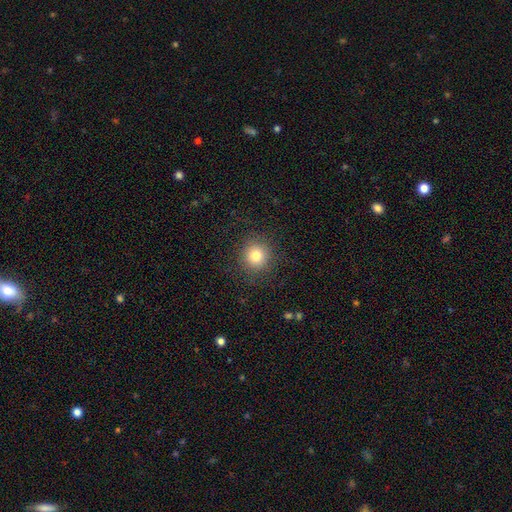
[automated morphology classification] smooth 79%, star or artifact 13%, featured or disk 8%. Down the decision tree: how rounded — round (92%); merging — none (88%).